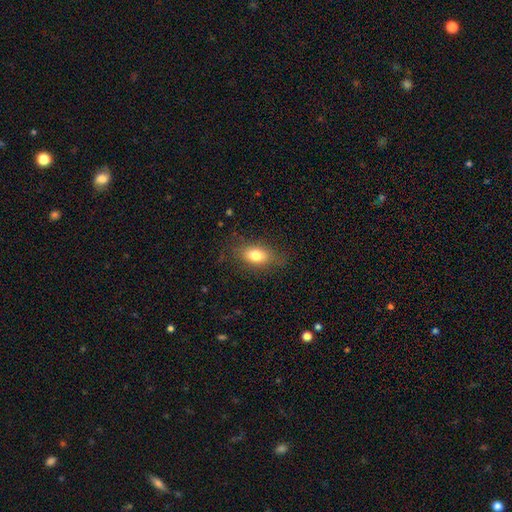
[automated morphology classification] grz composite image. It shows a smooth galaxy with no disk features (77%) that is in between round and cigar-shaped (82%). Merging: none (78%).